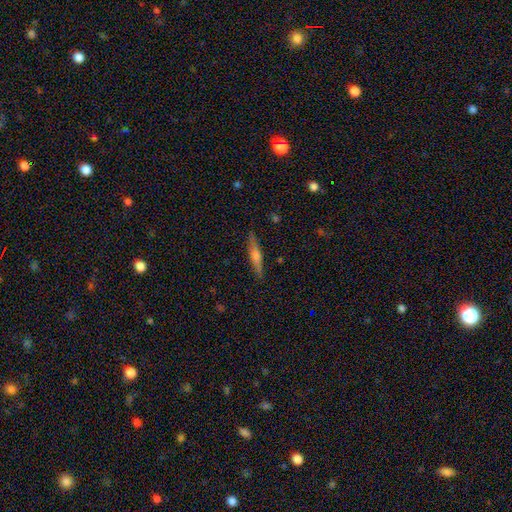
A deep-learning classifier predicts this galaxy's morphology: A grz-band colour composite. It shows a featured or disk galaxy (57%) viewed edge-on (96%) with a rounded central bulge (81%). Merging: none (89%).